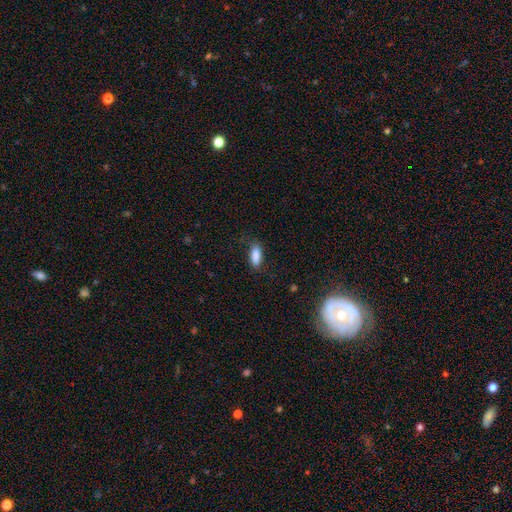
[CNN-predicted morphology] This is clearly a smooth galaxy (86%). How rounded: likely in between (74%). Merging: likely none (76%).